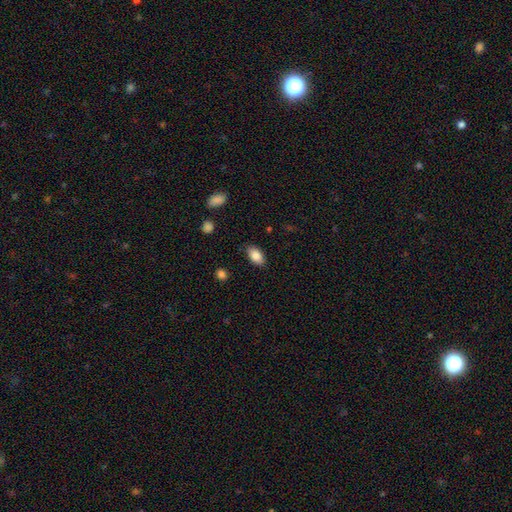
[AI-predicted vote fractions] smooth 85%, featured or disk 8%, star or artifact 7%. Down the decision tree: how rounded — in between (92%); merging — none (86%).